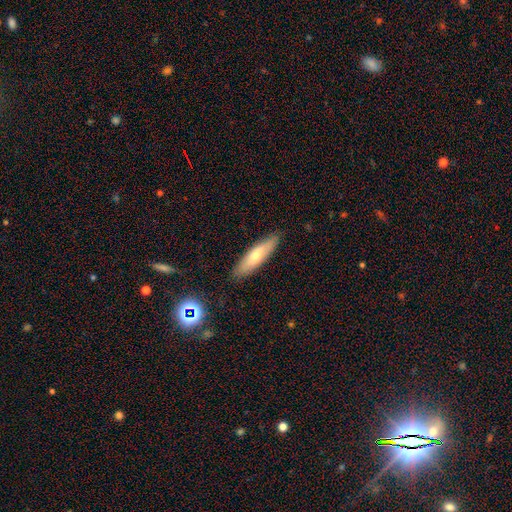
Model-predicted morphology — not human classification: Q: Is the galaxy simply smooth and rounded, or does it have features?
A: smooth — 63%.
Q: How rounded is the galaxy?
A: cigar-shaped — 68%.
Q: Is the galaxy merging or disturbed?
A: none — 86%.